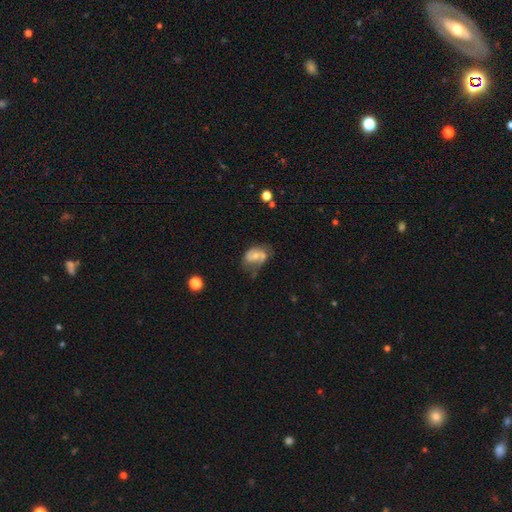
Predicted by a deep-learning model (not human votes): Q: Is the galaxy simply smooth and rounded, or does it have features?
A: smooth — 46%.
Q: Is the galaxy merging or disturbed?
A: none — 33%.